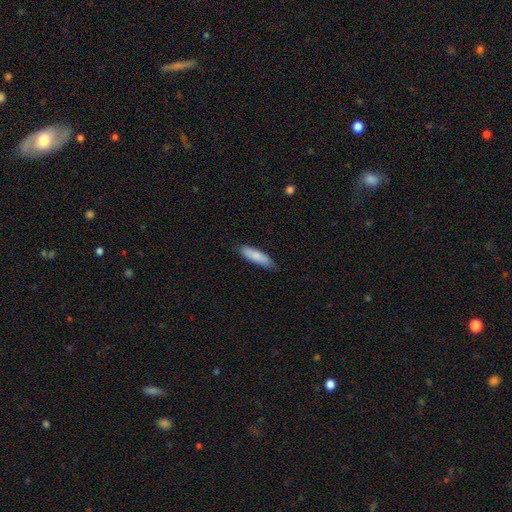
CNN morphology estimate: A smooth galaxy with no disk features (81%) that is cigar-shaped (57%). Merging: none (79%).